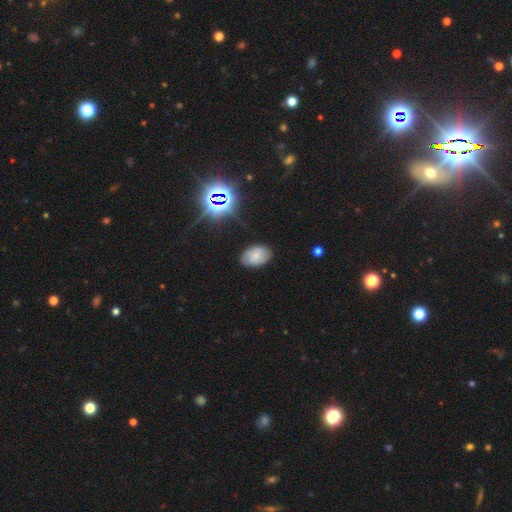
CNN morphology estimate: Smooth or featured? Predicted: smooth (p=0.62). How rounded? Predicted: in between (p=0.87). Merging? Predicted: none (p=0.82).